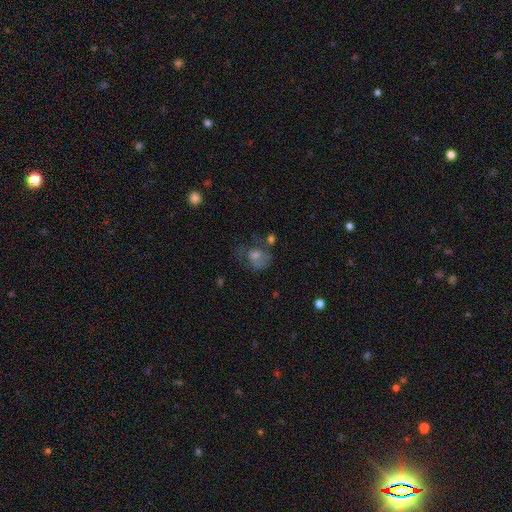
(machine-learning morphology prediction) smooth_or_featured: featured or disk (p=0.41) [alt: smooth p=0.38]
merging: none (p=0.42) [alt: major disturbance p=0.28]